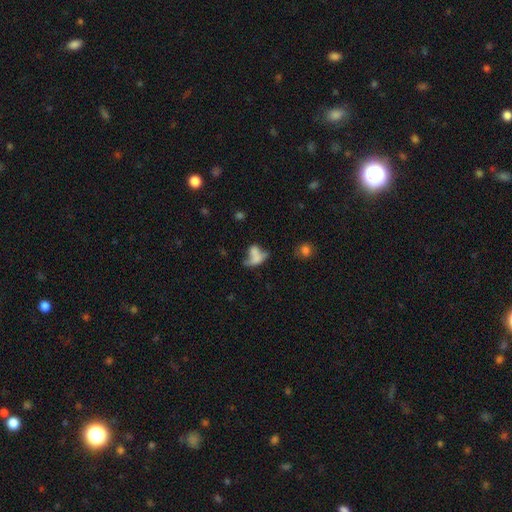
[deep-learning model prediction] This appears to be a smooth galaxy with no disk features (59%) that is in between round and cigar-shaped (75%). Merging: merger (44%).